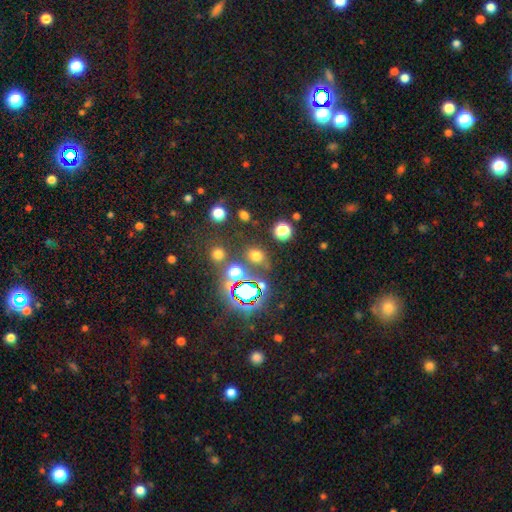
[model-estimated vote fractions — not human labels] A smooth galaxy with no disk features (60%) that is round (64%). Merging: none (73%).